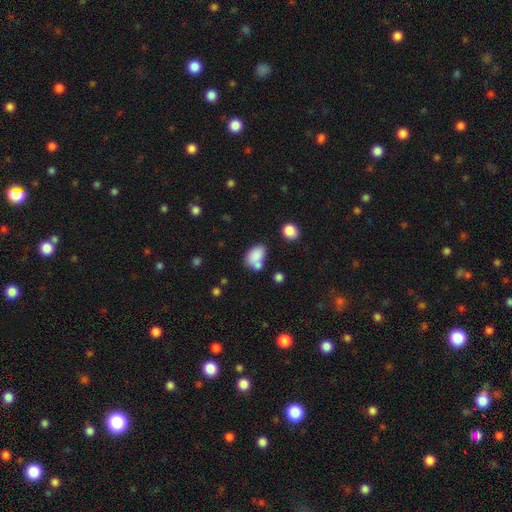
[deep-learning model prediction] Smooth or featured?
  - smooth: 82% *
  - star or artifact: 9%
  - featured or disk: 8%
How rounded?
  - in between: 85% *
  - round: 14%
  - cigar-shaped: 1%
Merging?
  - none: 46% *
  - merger: 32%
  - minor disturbance: 16%
  - major disturbance: 6%